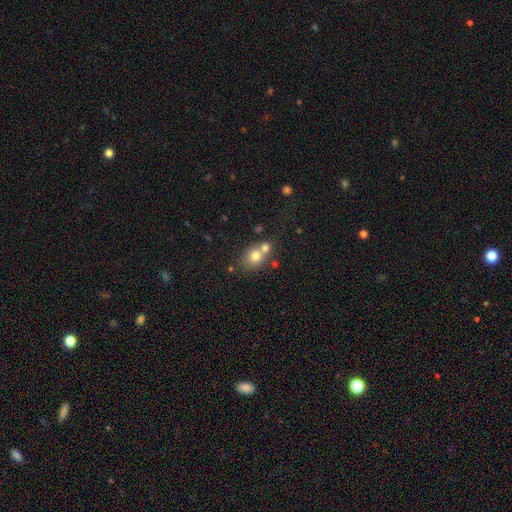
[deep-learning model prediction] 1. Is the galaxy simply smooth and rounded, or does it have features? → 74% smooth, 14% featured or disk, 11% star or artifact.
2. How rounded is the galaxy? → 63% round, 36% in between, 1% cigar-shaped.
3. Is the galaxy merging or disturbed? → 46% merger, 42% none, 9% minor disturbance, 4% major disturbance.